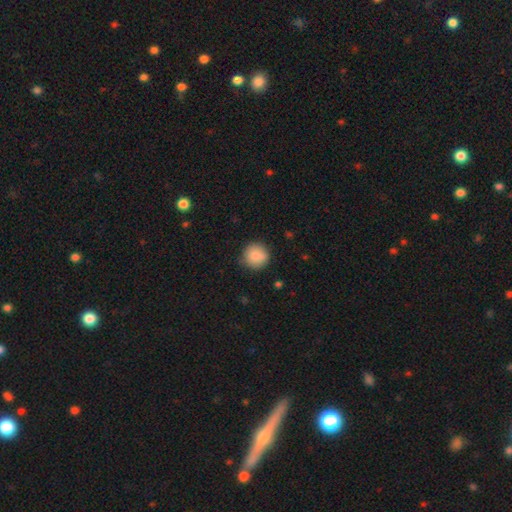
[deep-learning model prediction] Smooth or featured?
  - smooth: 86% *
  - star or artifact: 8%
  - featured or disk: 6%
How rounded?
  - round: 93% *
  - in between: 6%
  - cigar-shaped: 1%
Merging?
  - none: 83% *
  - minor disturbance: 13%
  - major disturbance: 3%
  - merger: 1%